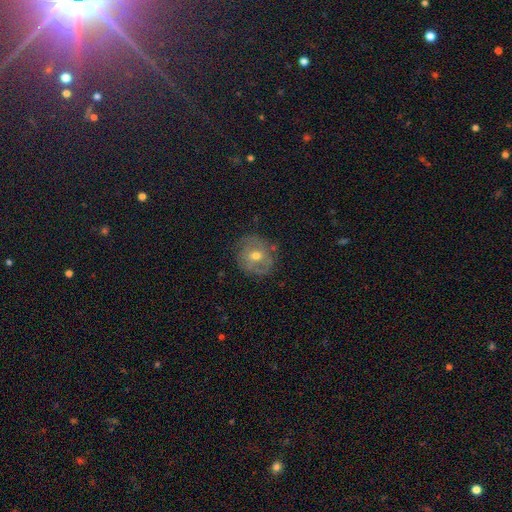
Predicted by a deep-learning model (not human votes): Smooth or featured? Predicted: featured or disk (p=0.49). Merging? Predicted: none (p=0.75).